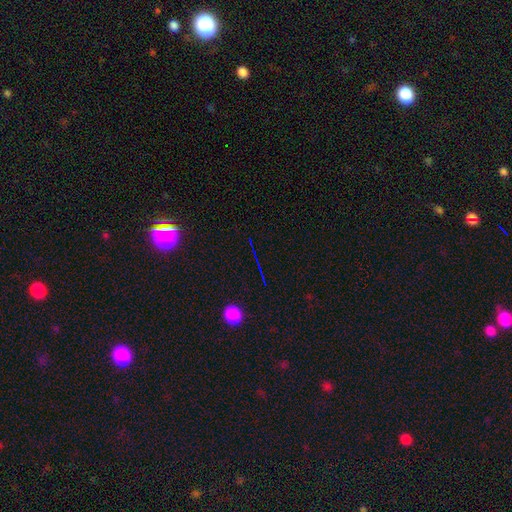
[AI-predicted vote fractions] Smooth or featured? star or artifact (70%)